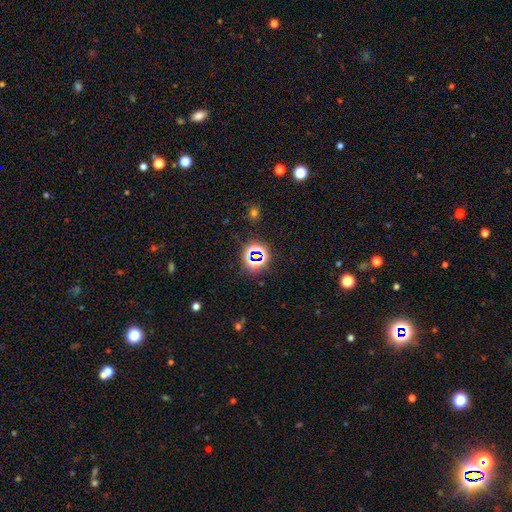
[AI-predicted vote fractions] Smooth or featured?
  - star or artifact: 70% *
  - smooth: 21%
  - featured or disk: 9%